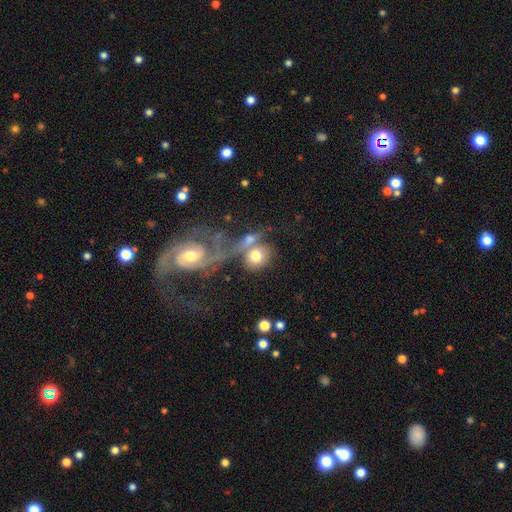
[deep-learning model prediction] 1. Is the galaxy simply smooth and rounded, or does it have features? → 60% smooth, 31% featured or disk, 9% star or artifact.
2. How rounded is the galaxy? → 51% round, 47% in between, 2% cigar-shaped.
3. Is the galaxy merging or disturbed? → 50% merger, 28% none, 11% major disturbance, 11% minor disturbance.